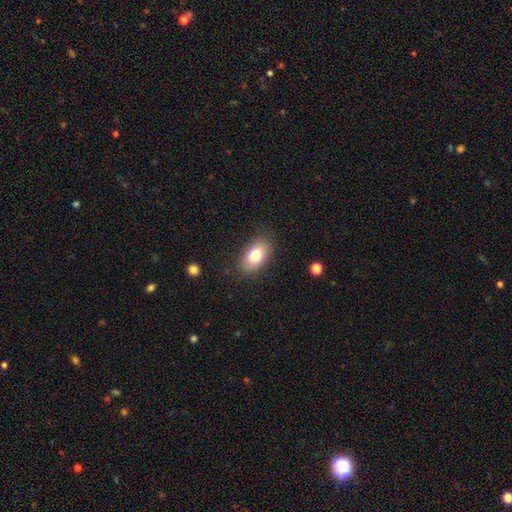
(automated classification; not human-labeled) The model was most divided on "smooth or featured": smooth: 78%, featured or disk: 14%, star or artifact: 8%. More confident: how rounded — in between (89%); merging — none (84%).